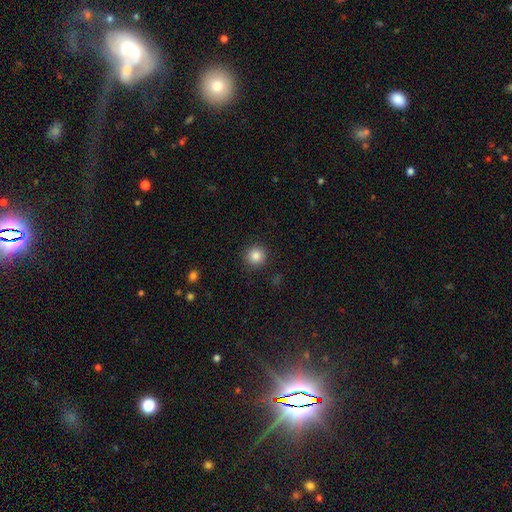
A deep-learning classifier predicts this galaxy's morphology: This is clearly a smooth galaxy (85%). How rounded: clearly round (94%). Merging: clearly none (91%).